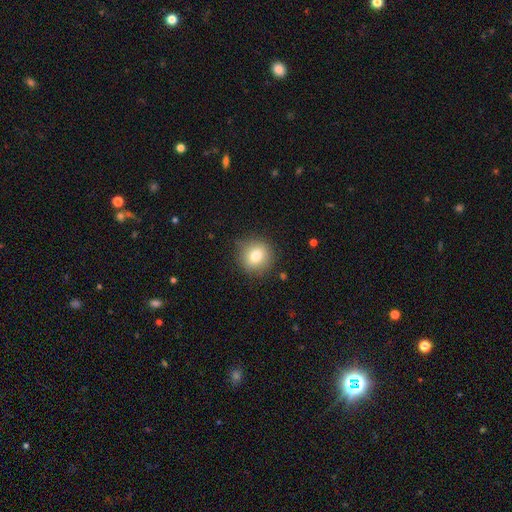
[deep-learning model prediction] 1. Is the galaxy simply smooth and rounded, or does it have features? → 79% smooth, 11% featured or disk, 10% star or artifact.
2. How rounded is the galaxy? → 89% round, 10% in between, 1% cigar-shaped.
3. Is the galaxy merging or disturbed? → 86% none, 10% minor disturbance, 3% major disturbance, 1% merger.